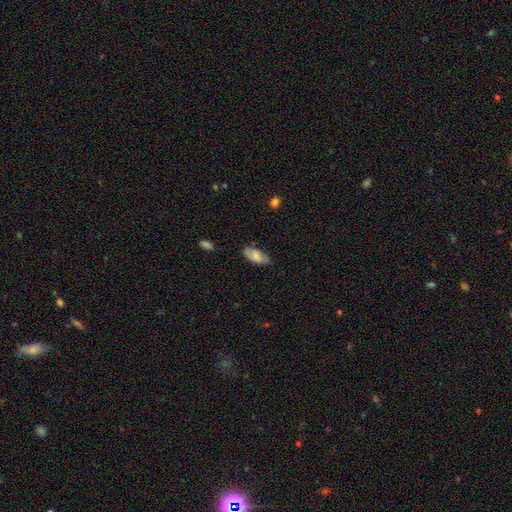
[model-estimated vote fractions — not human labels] This is likely a smooth galaxy (74%). How rounded: clearly in between (90%). Merging: likely none (70%).